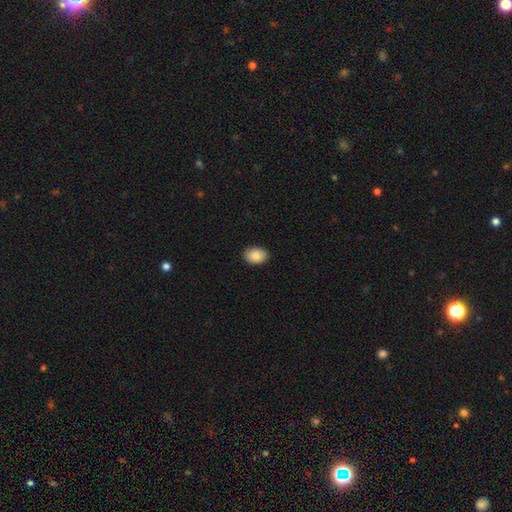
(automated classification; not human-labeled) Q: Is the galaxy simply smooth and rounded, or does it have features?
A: smooth — 89%.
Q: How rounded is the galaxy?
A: in between — 80%.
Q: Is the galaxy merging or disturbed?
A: none — 90%.